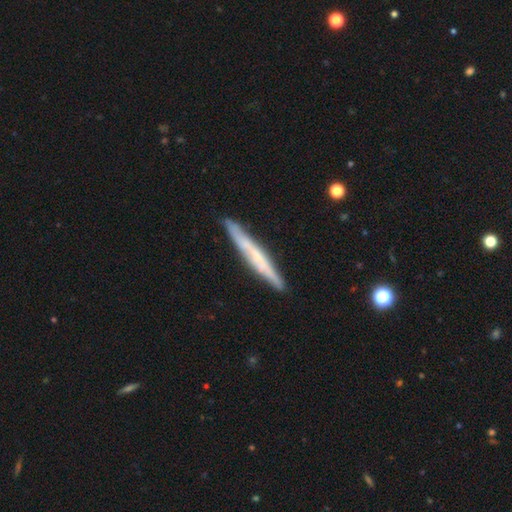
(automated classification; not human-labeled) smooth-or-featured: featured or disk: 57% | smooth: 37% | star or artifact: 6%
  disk-edge-on: yes: 91% | no: 9%
    edge-on-bulge: none: 62% | rounded: 29% | boxy: 9%
  merging: none: 87% | minor disturbance: 10% | major disturbance: 2% | merger: 2%